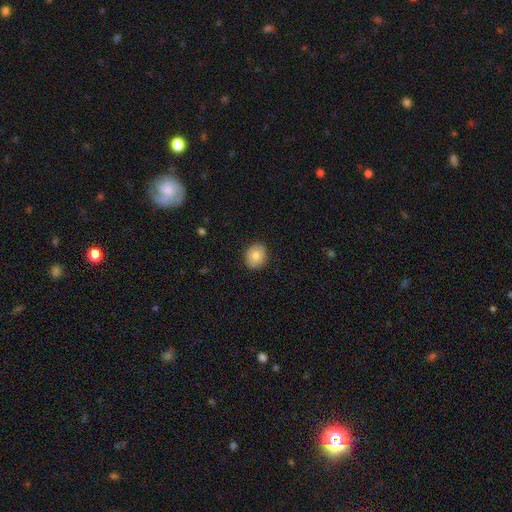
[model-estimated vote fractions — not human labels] The model was most divided on "how rounded": round: 59%, in between: 40%, cigar-shaped: 1%. More confident: merging — none (89%); smooth or featured — smooth (81%).